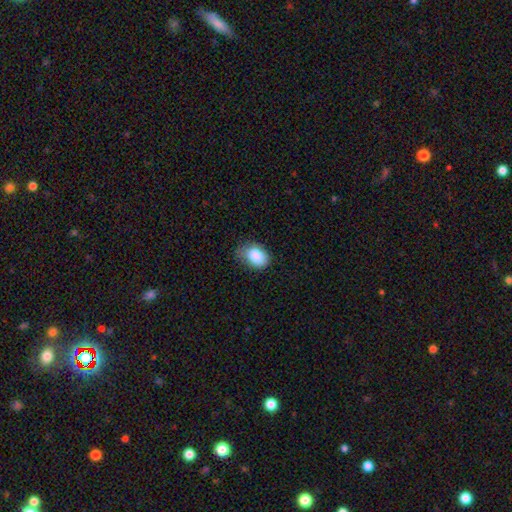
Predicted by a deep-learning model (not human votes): Smooth or featured? Predicted: smooth (p=0.85). How rounded? Predicted: in between (p=0.77). Merging? Predicted: none (p=0.55).